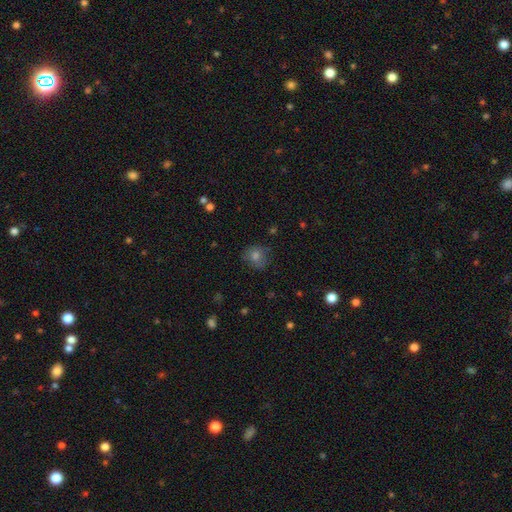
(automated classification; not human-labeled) A smooth galaxy with no disk features (71%) that is round (81%).

Vote fractions:
- Smooth or featured? smooth: 71% / star or artifact: 16% / featured or disk: 13%
- How rounded? round: 81% / in between: 18% / cigar-shaped: 1%
- Merging? none: 75% / minor disturbance: 18% / major disturbance: 5% / merger: 2%